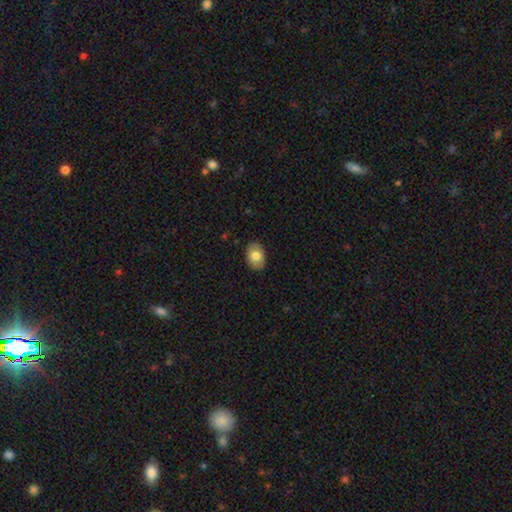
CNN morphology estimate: The model was most divided on "smooth or featured": smooth: 78%, featured or disk: 15%, star or artifact: 7%. More confident: merging — none (88%); how rounded — in between (83%).